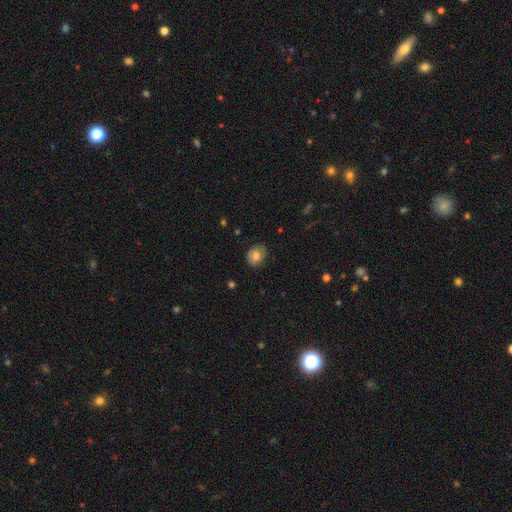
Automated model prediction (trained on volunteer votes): This is likely a smooth galaxy (74%). How rounded: possibly round (50%). Merging: likely none (79%).